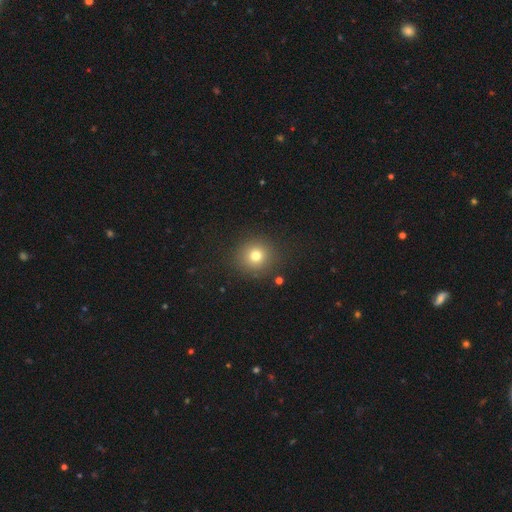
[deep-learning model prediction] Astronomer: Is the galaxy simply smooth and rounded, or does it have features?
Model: smooth — 76%.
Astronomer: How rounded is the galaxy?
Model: round — 90%.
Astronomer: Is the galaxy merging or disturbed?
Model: none — 89%.